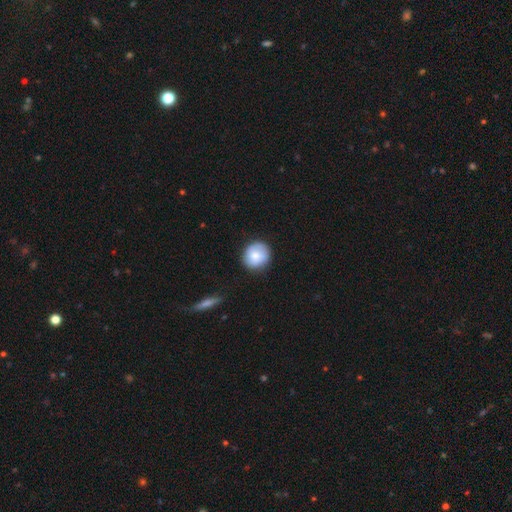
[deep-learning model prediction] Q: Smooth or featured?
A: smooth (80%); runner-up: featured or disk (14%)
Q: How rounded?
A: round (90%); runner-up: in between (9%)
Q: Merging?
A: none (84%); runner-up: minor disturbance (13%)